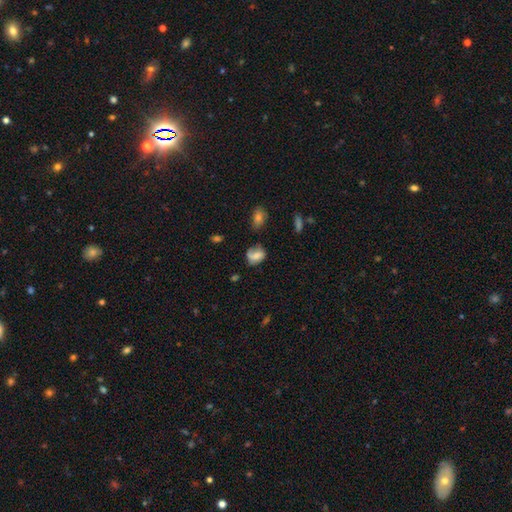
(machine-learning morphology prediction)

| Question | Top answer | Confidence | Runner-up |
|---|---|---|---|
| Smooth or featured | smooth | 59% | featured or disk (31%) |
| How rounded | in between | 62% | round (36%) |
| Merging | none | 47% | minor disturbance (30%) |